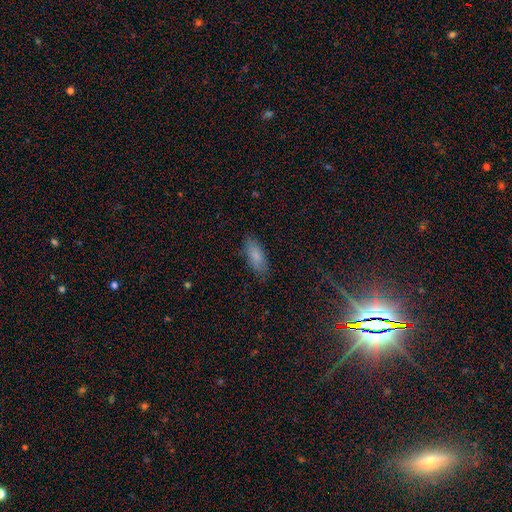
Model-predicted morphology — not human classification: smooth_or_featured: smooth (p=0.83) [alt: featured or disk p=0.10]
how_rounded: in between (p=0.80) [alt: cigar-shaped p=0.18]
merging: none (p=0.83) [alt: minor disturbance p=0.13]